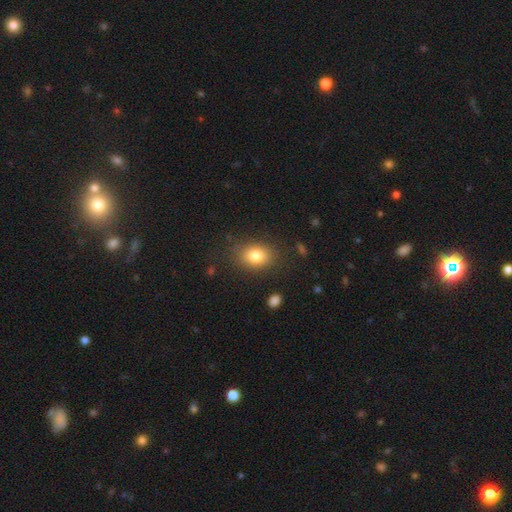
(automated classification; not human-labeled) This appears to be a smooth galaxy with no disk features (82%) that is in between round and cigar-shaped (67%). Merging: none (82%).